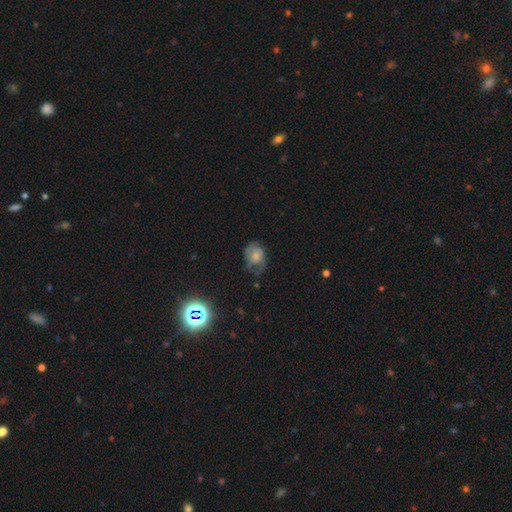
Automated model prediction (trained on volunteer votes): Overall: smooth (53%; featured or disk 35%). How rounded: in between (67%; round 31%). Merging: none (39%; minor disturbance 31%).